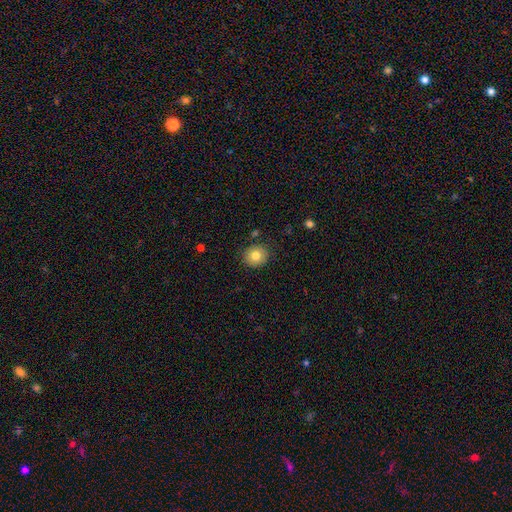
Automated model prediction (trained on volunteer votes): Smooth or featured?
  - smooth: 78% *
  - featured or disk: 12%
  - star or artifact: 10%
How rounded?
  - round: 85% *
  - in between: 14%
  - cigar-shaped: 1%
Merging?
  - none: 87% *
  - minor disturbance: 9%
  - major disturbance: 2%
  - merger: 2%